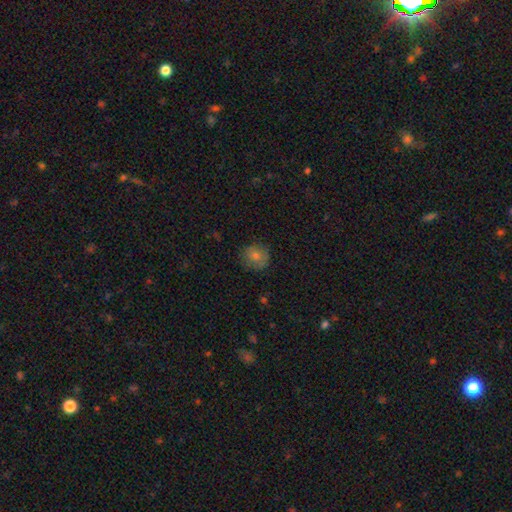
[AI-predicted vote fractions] Q: Smooth or featured?
A: smooth (72%); runner-up: featured or disk (14%)
Q: How rounded?
A: round (86%); runner-up: in between (13%)
Q: Merging?
A: none (82%); runner-up: minor disturbance (14%)